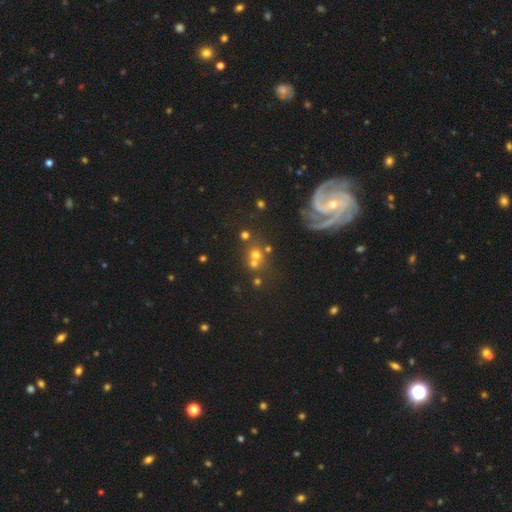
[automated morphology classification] Smooth or featured? smooth (43%)
Merging? none (53%)